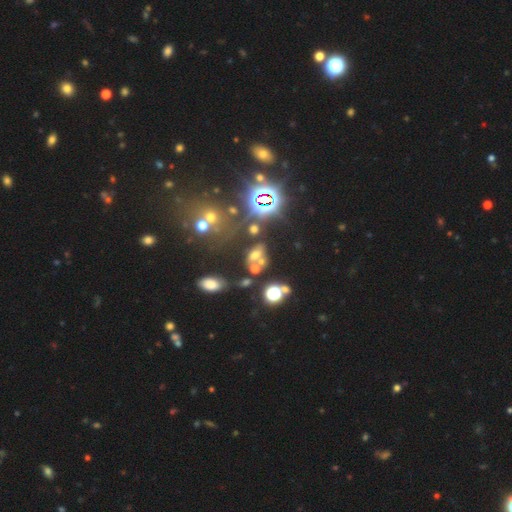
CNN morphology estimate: The model was most divided on "merging": none: 44%, merger: 33%, minor disturbance: 14%, major disturbance: 9%. Remaining: smooth or featured — smooth (46%).